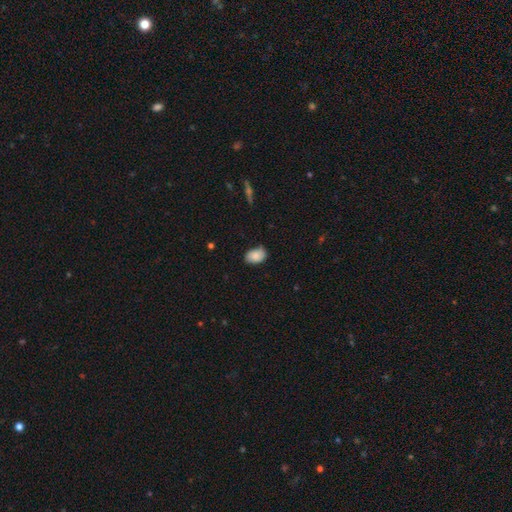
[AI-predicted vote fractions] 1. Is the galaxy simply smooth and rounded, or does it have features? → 86% smooth, 7% star or artifact, 7% featured or disk.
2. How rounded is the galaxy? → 88% in between, 11% round, 1% cigar-shaped.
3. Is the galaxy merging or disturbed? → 77% none, 19% minor disturbance, 3% major disturbance, 1% merger.